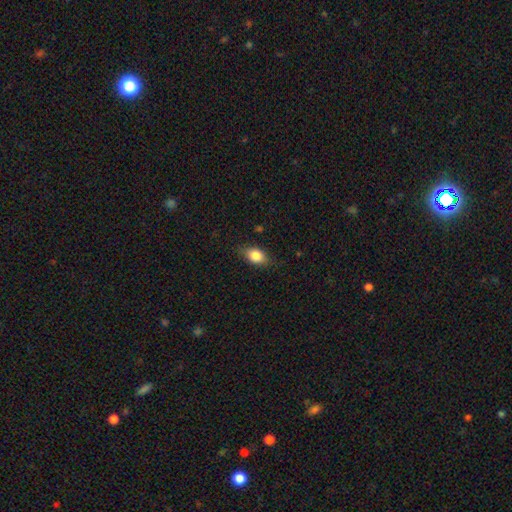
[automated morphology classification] Smooth or featured? smooth (80%)
How rounded? in between (76%)
Merging? none (78%)